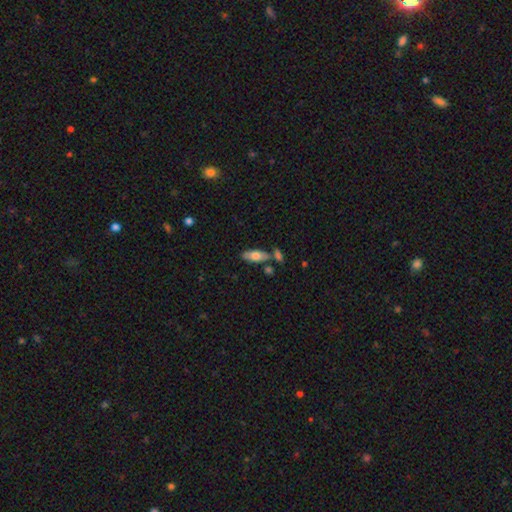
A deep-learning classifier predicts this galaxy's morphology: The model was most divided on "smooth or featured": smooth: 66%, featured or disk: 28%, star or artifact: 6%. More confident: how rounded — in between (79%); merging — none (65%).